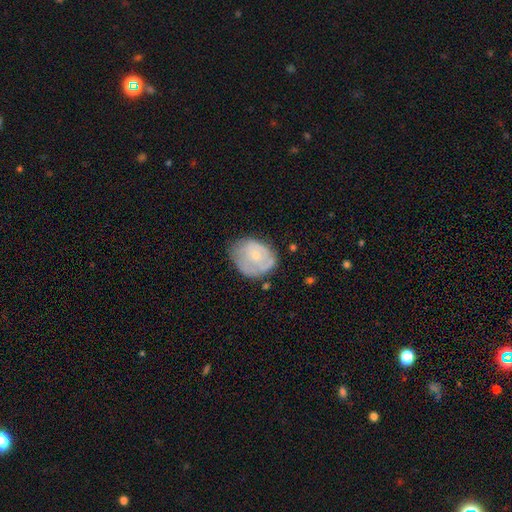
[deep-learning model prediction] smooth 50%, featured or disk 43%, star or artifact 7%. Down the decision tree: merging — none (52%).